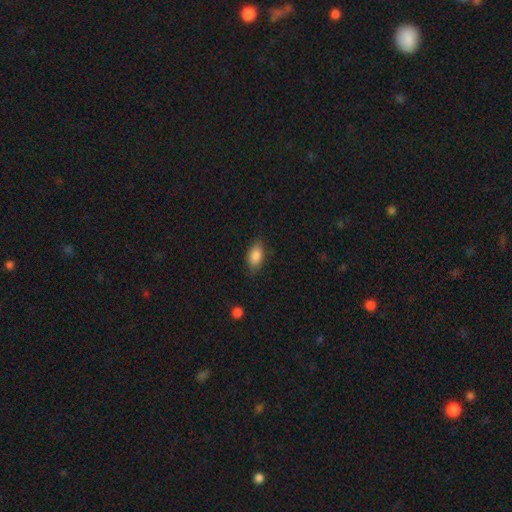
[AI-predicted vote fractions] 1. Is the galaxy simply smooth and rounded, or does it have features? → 86% smooth, 7% star or artifact, 7% featured or disk.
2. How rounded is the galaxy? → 90% in between, 5% cigar-shaped, 5% round.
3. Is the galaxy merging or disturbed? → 82% none, 14% minor disturbance, 3% major disturbance, 1% merger.